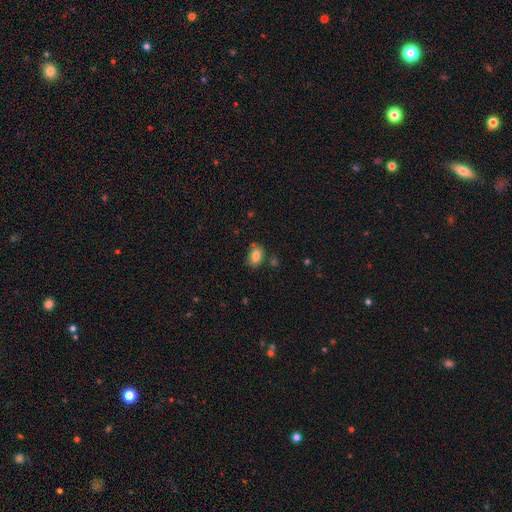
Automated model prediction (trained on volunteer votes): A smooth galaxy with no disk features (83%) that is in between round and cigar-shaped (84%). Merging: none (72%).